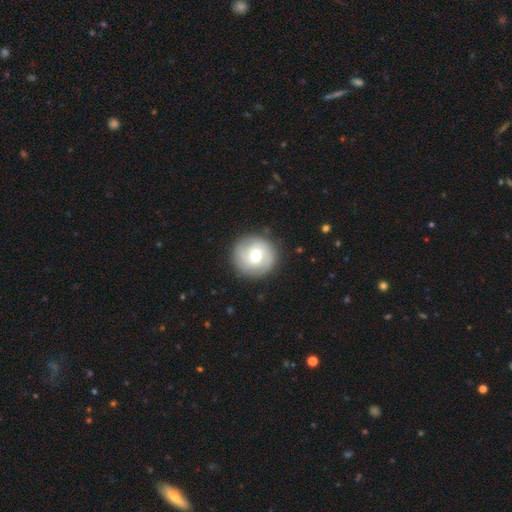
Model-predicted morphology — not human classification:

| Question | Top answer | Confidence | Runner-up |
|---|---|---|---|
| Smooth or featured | featured or disk | 47% | smooth (45%) |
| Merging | none | 87% | minor disturbance (8%) |